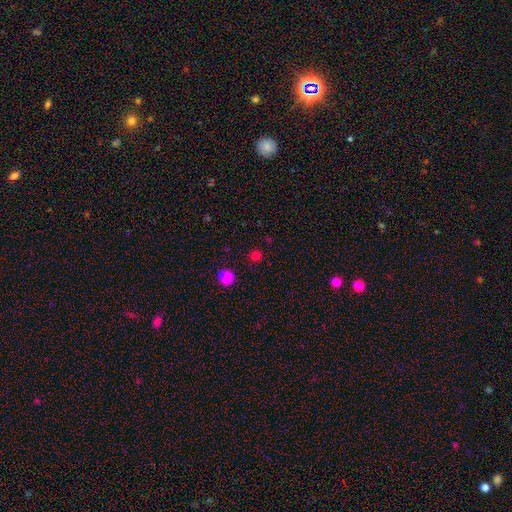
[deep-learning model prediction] This is likely a smooth galaxy (74%). How rounded: clearly round (92%). Merging: clearly none (89%).